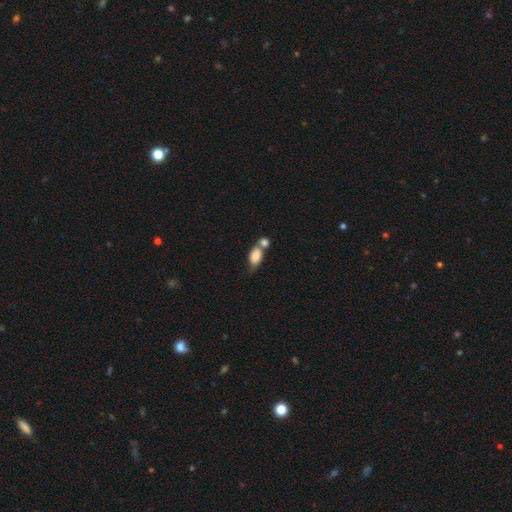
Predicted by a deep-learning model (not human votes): A smooth galaxy with no disk features (81%) that is in between round and cigar-shaped (84%).

Vote fractions:
- Smooth or featured? smooth: 81% / featured or disk: 11% / star or artifact: 8%
- How rounded? in between: 84% / round: 12% / cigar-shaped: 4%
- Merging? merger: 54% / none: 26% / minor disturbance: 13% / major disturbance: 7%